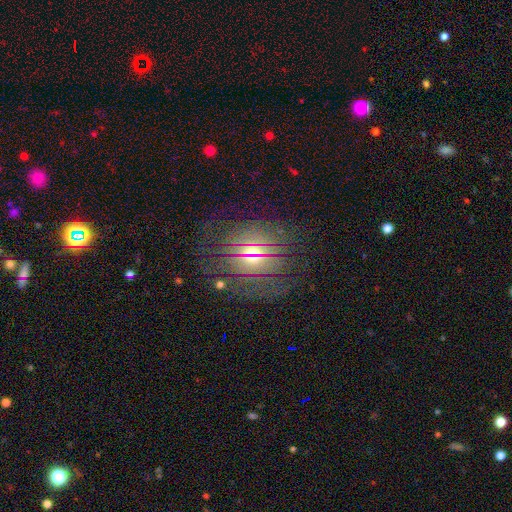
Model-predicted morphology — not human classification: Q: Smooth or featured?
A: featured or disk (37%); runner-up: star or artifact (35%)
Q: Merging?
A: none (76%); runner-up: minor disturbance (13%)